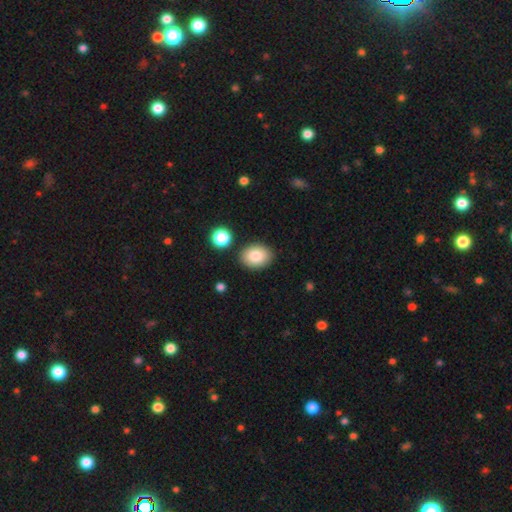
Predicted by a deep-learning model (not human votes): Smooth or featured: smooth — 84% (star or artifact — 8%)
How rounded: in between — 65% (round — 34%)
Merging: none — 86% (minor disturbance — 8%)